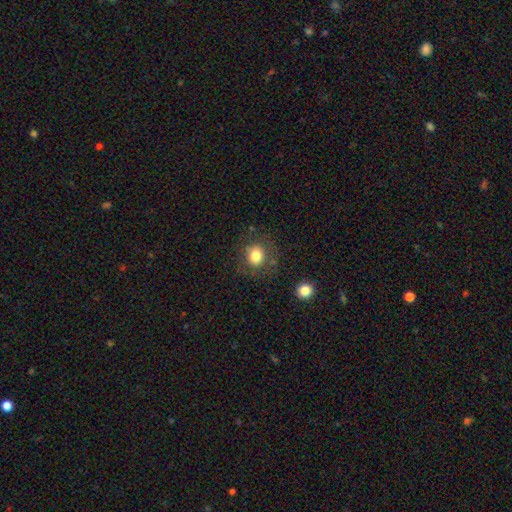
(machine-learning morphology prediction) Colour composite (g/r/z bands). It shows a smooth galaxy with no disk features (80%) that is round (78%). Merging: none (77%).